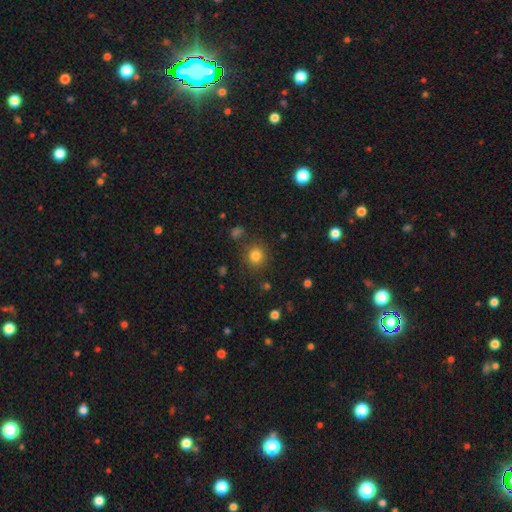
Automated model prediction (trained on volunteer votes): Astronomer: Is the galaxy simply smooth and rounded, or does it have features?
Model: smooth — 81%.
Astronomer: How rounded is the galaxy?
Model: round — 89%.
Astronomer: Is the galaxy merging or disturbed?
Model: none — 84%.